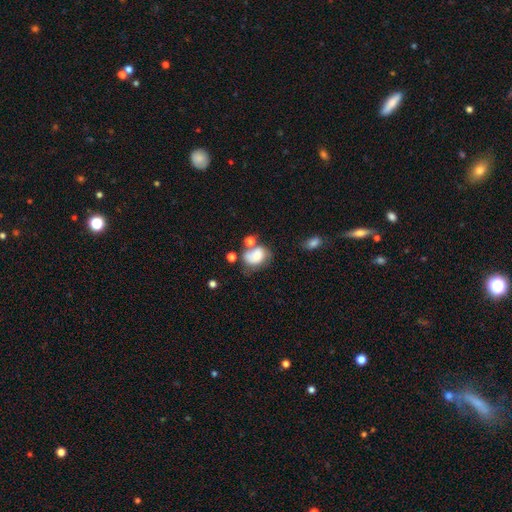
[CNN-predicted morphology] smooth 67%, featured or disk 23%, star or artifact 10%. Down the decision tree: how rounded — in between (66%); merging — none (30%).